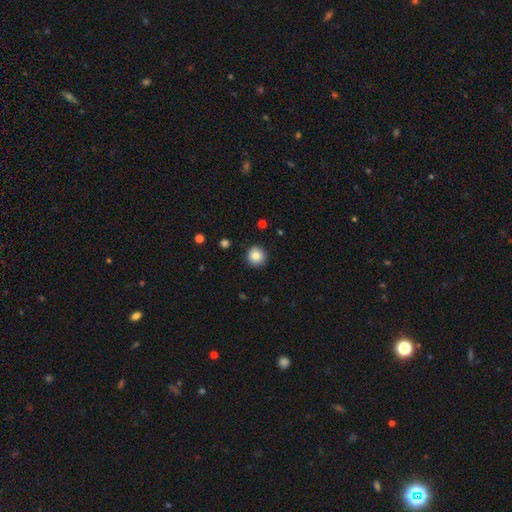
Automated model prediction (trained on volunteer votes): This is clearly a smooth galaxy (84%). How rounded: clearly round (94%). Merging: clearly none (91%).